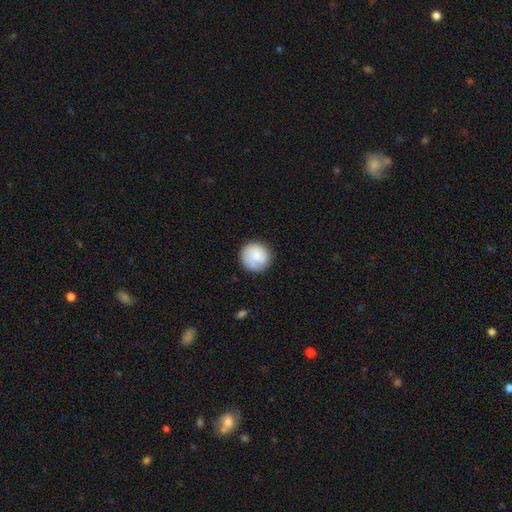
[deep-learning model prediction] This is likely a smooth galaxy (79%). How rounded: clearly round (93%). Merging: clearly none (81%).